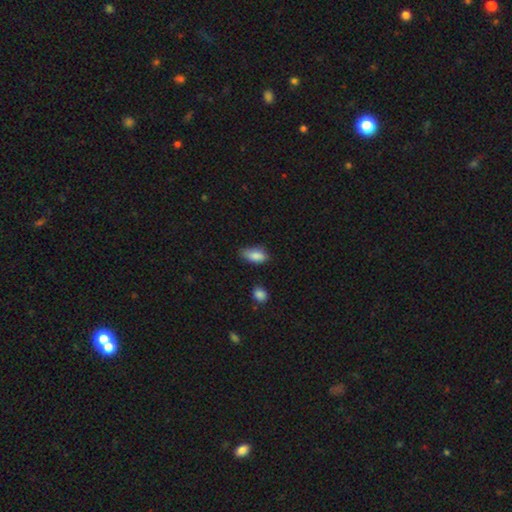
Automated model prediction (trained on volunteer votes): Q: Smooth or featured?
A: smooth (85%); runner-up: star or artifact (8%)
Q: How rounded?
A: in between (88%); runner-up: cigar-shaped (8%)
Q: Merging?
A: none (60%); runner-up: minor disturbance (32%)